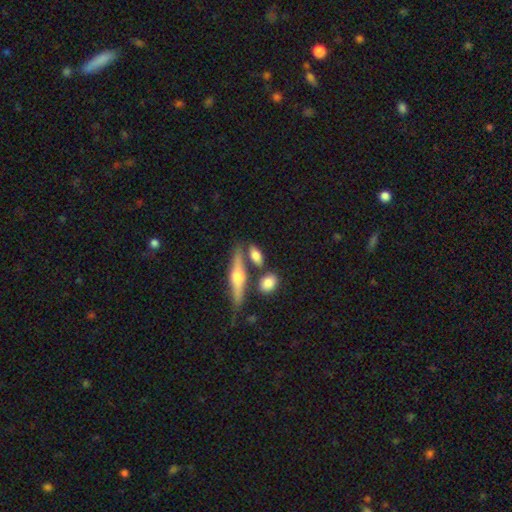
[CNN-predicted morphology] This appears to be a smooth galaxy with no disk features (64%) that is in between round and cigar-shaped (69%). Merging: none (64%).